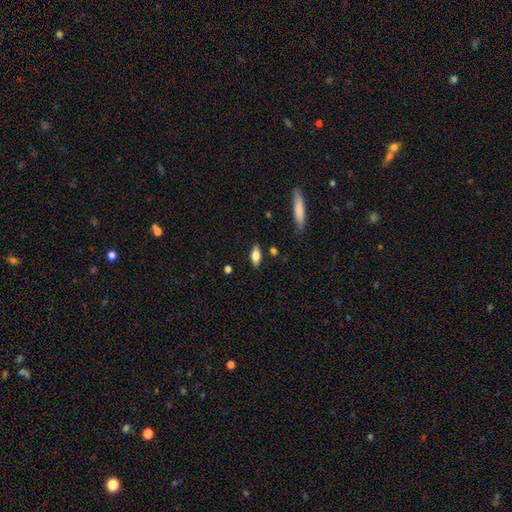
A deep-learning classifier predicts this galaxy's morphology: Smooth or featured? Predicted: smooth (p=0.69). How rounded? Predicted: in between (p=0.74). Merging? Predicted: none (p=0.84).